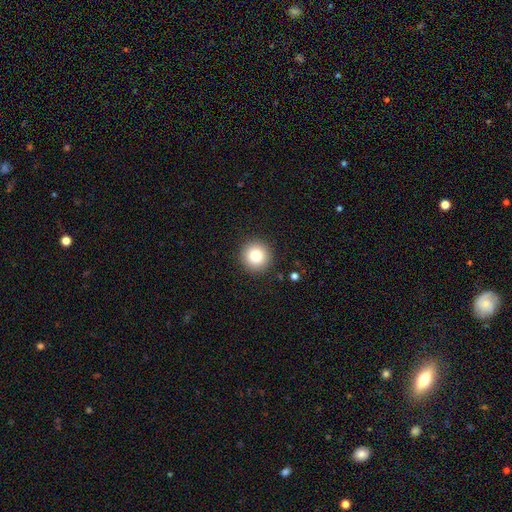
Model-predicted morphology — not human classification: This appears to be a smooth galaxy with no disk features (83%) that is round (95%). Merging: none (92%).